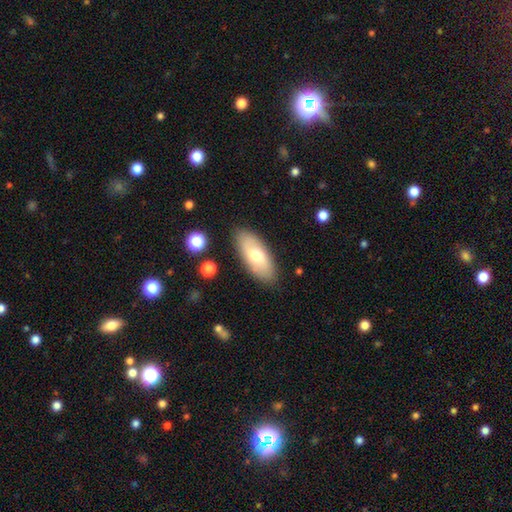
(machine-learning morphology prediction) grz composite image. It shows a smooth galaxy with no disk features (62%) that is in between round and cigar-shaped (85%). Merging: none (86%).